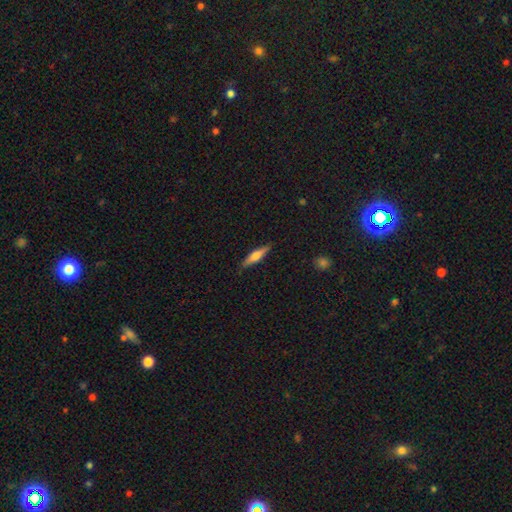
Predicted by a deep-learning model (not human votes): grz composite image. It shows a featured or disk galaxy (48%). Merging: none (88%).